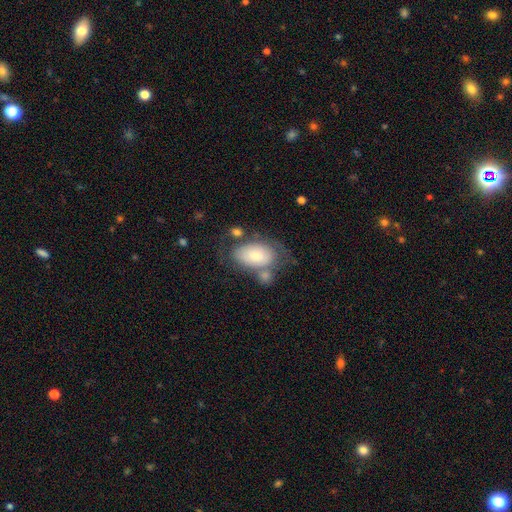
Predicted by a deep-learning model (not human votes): smooth-or-featured: smooth: 66% | featured or disk: 28% | star or artifact: 6%
  how-rounded: in between: 92% | round: 7% | cigar-shaped: 2%
  merging: none: 39% | minor disturbance: 23% | merger: 22% | major disturbance: 16%